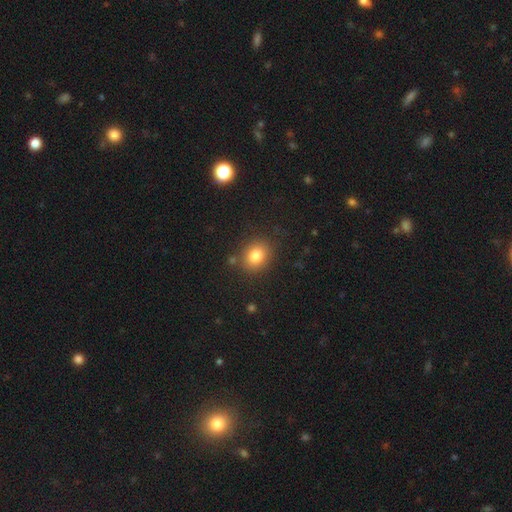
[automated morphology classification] smooth-or-featured: smooth: 81% | star or artifact: 11% | featured or disk: 8%
  how-rounded: round: 62% | in between: 37% | cigar-shaped: 1%
  merging: none: 83% | minor disturbance: 10% | major disturbance: 4% | merger: 3%